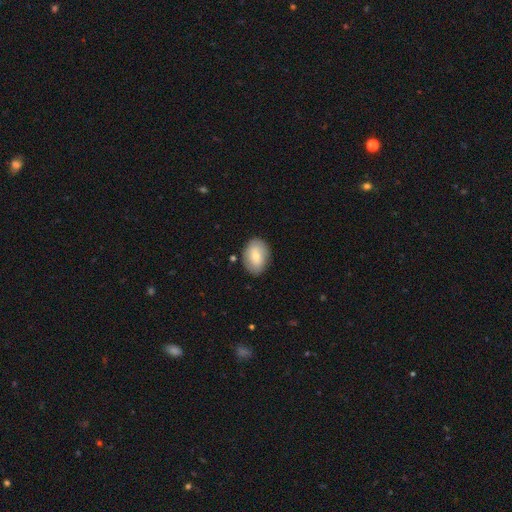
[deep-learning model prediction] This is likely a smooth galaxy (64%). How rounded: likely in between (80%). Merging: clearly none (83%).